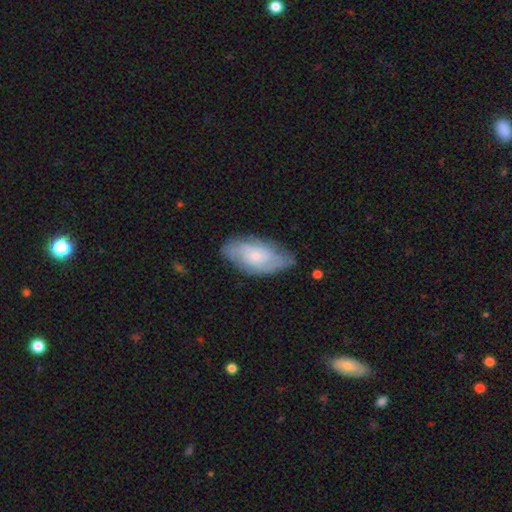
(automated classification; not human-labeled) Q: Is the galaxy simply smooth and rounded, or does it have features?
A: featured or disk — 62%.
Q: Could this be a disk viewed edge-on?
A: no — 92%.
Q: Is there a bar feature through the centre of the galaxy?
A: no — 74%.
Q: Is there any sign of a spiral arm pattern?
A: yes — 84%.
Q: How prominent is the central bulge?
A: small — 68%.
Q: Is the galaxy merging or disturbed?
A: none — 68%.